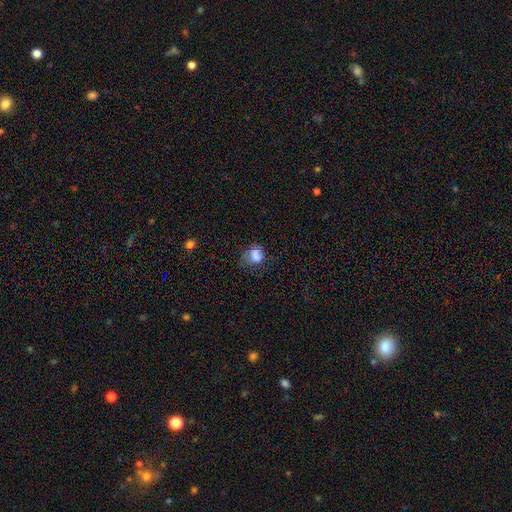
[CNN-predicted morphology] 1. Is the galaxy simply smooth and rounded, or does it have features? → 75% smooth, 13% star or artifact, 11% featured or disk.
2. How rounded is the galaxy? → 60% round, 39% in between, 1% cigar-shaped.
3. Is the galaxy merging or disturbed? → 44% none, 28% minor disturbance, 22% major disturbance, 6% merger.